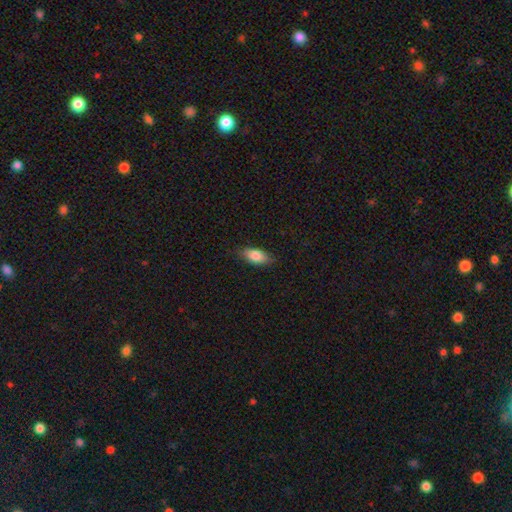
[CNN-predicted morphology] The model was most divided on "merging": none: 81%, minor disturbance: 15%, major disturbance: 3%, merger: 1%. More confident: how rounded — in between (86%); smooth or featured — smooth (82%).